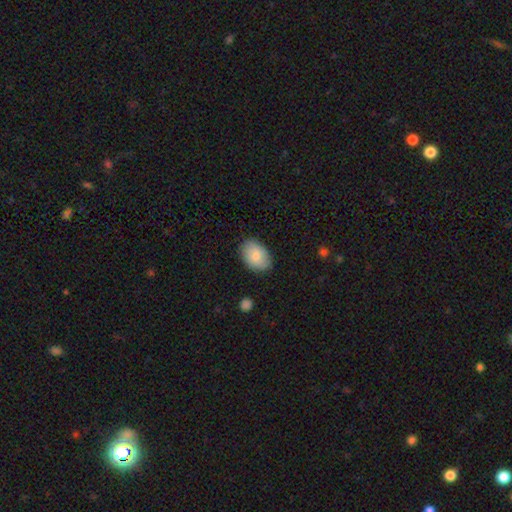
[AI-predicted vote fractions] A smooth galaxy with no disk features (80%) that is in between round and cigar-shaped (82%).

Vote fractions:
- Smooth or featured? smooth: 80% / featured or disk: 14% / star or artifact: 6%
- How rounded? in between: 82% / round: 17% / cigar-shaped: 1%
- Merging? none: 83% / minor disturbance: 14% / major disturbance: 3% / merger: 1%